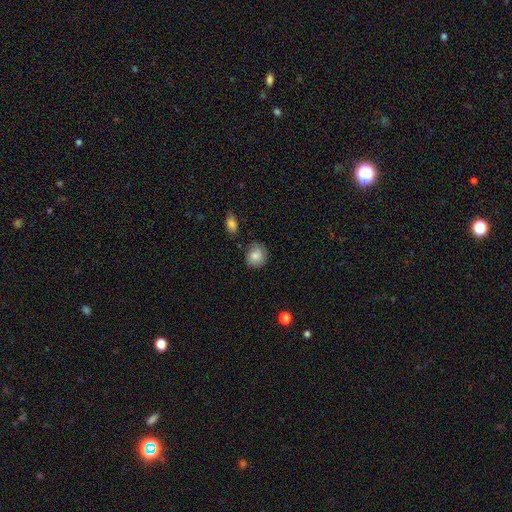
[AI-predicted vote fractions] Q: Smooth or featured?
A: smooth (79%); runner-up: featured or disk (13%)
Q: How rounded?
A: round (83%); runner-up: in between (16%)
Q: Merging?
A: none (75%); runner-up: minor disturbance (18%)